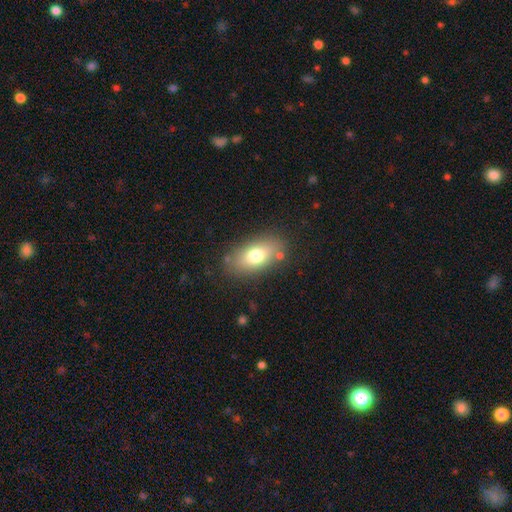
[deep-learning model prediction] smooth_or_featured: smooth (p=0.74) [alt: featured or disk p=0.17]
how_rounded: in between (p=0.87) [alt: round p=0.07]
merging: none (p=0.80) [alt: minor disturbance p=0.12]